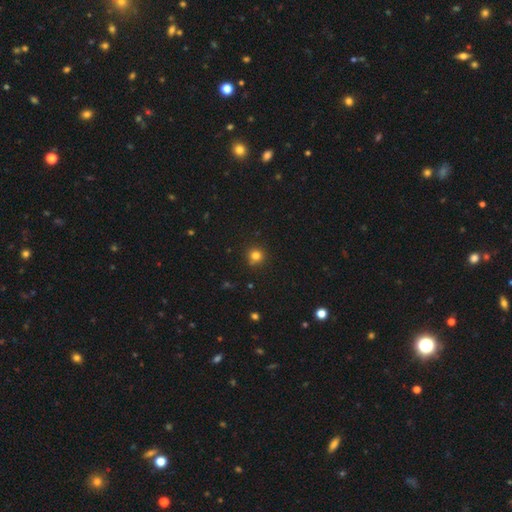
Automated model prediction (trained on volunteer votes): smooth-or-featured: smooth: 80% | star or artifact: 14% | featured or disk: 5%
  how-rounded: round: 92% | in between: 7% | cigar-shaped: 1%
  merging: none: 84% | minor disturbance: 11% | merger: 3% | major disturbance: 3%